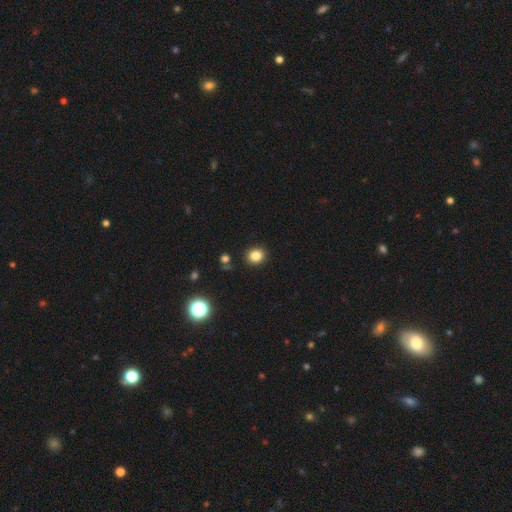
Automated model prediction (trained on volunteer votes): A smooth galaxy with no disk features (83%) that is round (70%). Merging: none (89%).